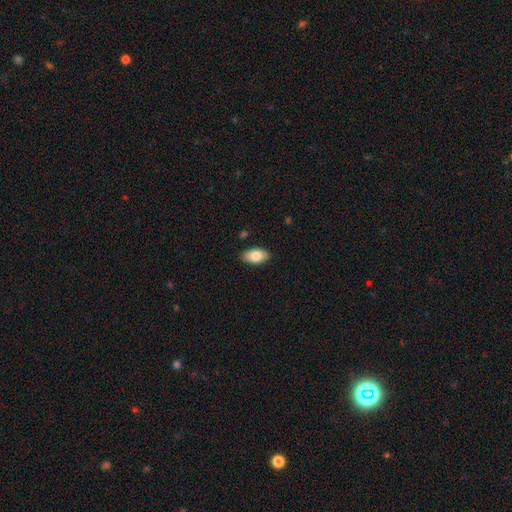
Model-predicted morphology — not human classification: smooth 81%, featured or disk 12%, star or artifact 7%. Down the decision tree: how rounded — in between (93%); merging — none (88%).